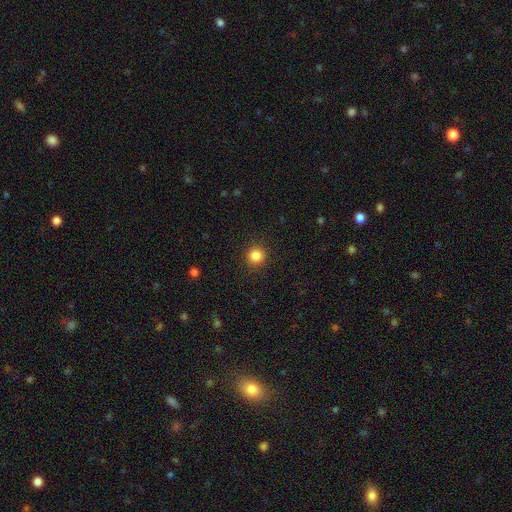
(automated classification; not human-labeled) A smooth galaxy with no disk features (85%) that is round (94%).

Vote fractions:
- Smooth or featured? smooth: 85% / star or artifact: 11% / featured or disk: 4%
- How rounded? round: 94% / in between: 5% / cigar-shaped: 1%
- Merging? none: 91% / minor disturbance: 6% / major disturbance: 2% / merger: 1%